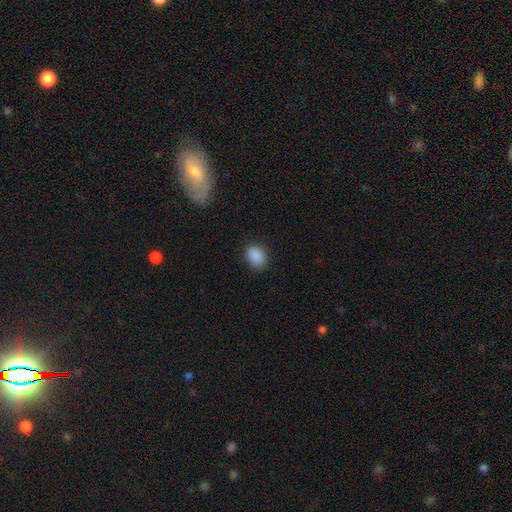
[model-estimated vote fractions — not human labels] Smooth or featured: smooth — 89% (star or artifact — 8%)
How rounded: in between — 71% (round — 28%)
Merging: none — 84% (minor disturbance — 12%)